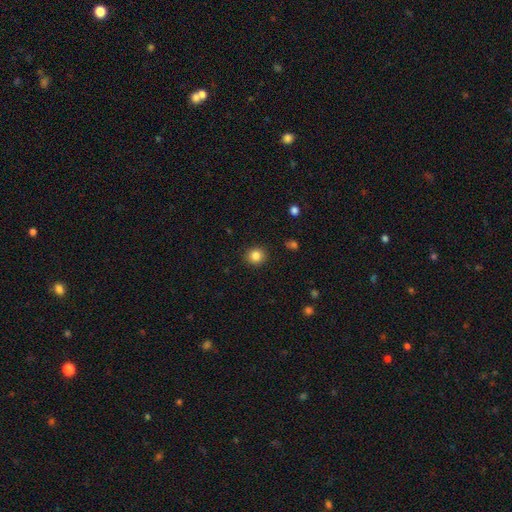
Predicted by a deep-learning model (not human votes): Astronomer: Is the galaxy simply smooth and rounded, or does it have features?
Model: smooth — 85%.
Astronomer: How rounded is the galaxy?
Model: round — 87%.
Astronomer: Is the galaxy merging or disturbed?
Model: none — 90%.